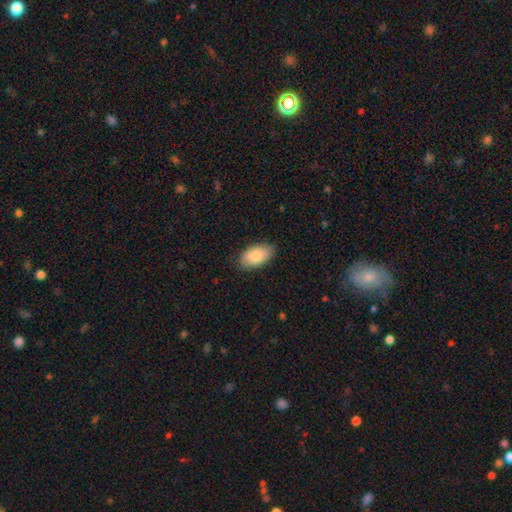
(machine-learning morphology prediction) Smooth or featured?
  - smooth: 86% *
  - featured or disk: 8%
  - star or artifact: 6%
How rounded?
  - in between: 95% *
  - round: 3%
  - cigar-shaped: 2%
Merging?
  - none: 84% *
  - minor disturbance: 13%
  - major disturbance: 2%
  - merger: 1%